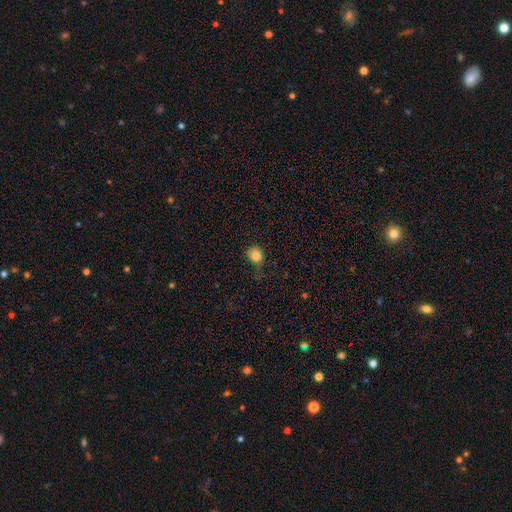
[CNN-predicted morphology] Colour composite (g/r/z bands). It shows a smooth galaxy with no disk features (82%) that is round (74%). Merging: none (58%).